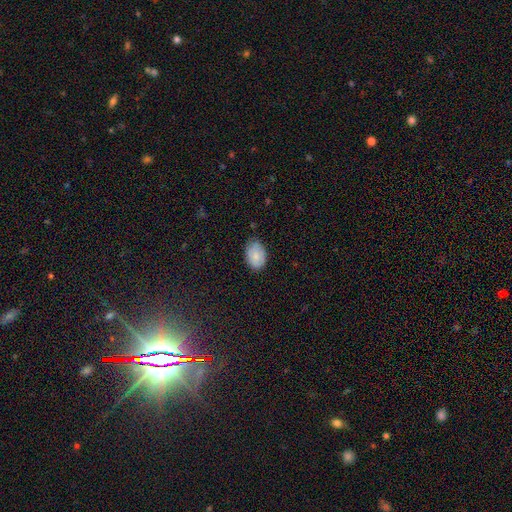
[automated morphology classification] The model was most divided on "merging": none: 72%, minor disturbance: 23%, major disturbance: 3%, merger: 1%. More confident: how rounded — in between (86%); smooth or featured — smooth (82%).